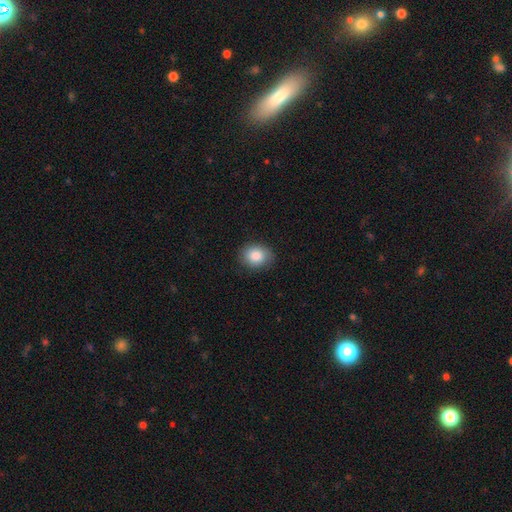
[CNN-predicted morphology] smooth_or_featured: smooth (p=0.85) [alt: star or artifact p=0.08]
how_rounded: round (p=0.54) [alt: in between p=0.46]
merging: none (p=0.85) [alt: minor disturbance p=0.11]